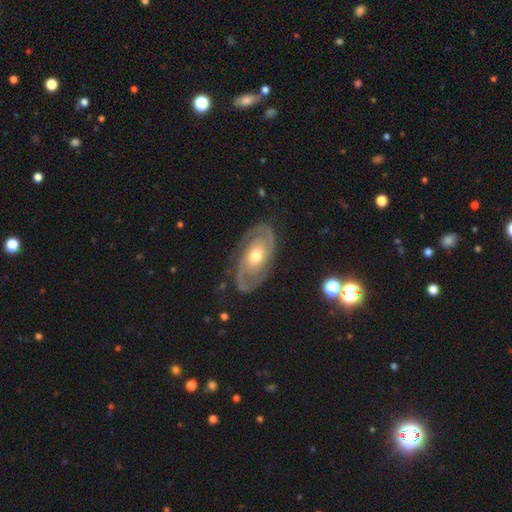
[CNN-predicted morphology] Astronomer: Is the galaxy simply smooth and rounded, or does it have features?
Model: featured or disk — 90%.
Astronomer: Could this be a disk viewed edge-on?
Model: no — 96%.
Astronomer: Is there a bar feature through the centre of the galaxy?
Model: no — 70%.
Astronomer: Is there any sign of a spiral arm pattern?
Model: yes — 97%.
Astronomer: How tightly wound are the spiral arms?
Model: tight — 57% (runner-up: medium, 35%).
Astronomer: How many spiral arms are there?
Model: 2 — 91%.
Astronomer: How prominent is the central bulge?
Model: moderate — 72%.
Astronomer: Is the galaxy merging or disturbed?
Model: none — 84%.